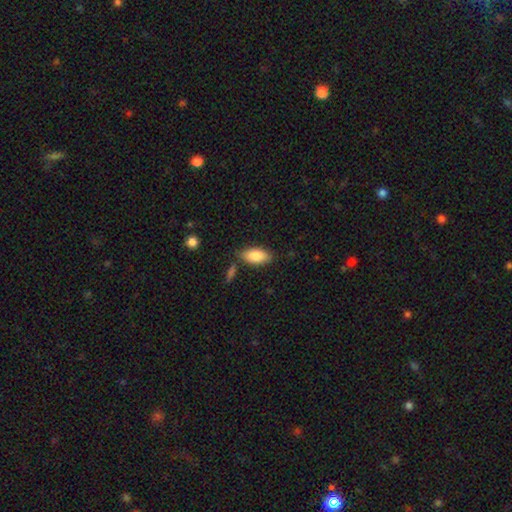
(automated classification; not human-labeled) smooth_or_featured: smooth (p=0.85) [alt: featured or disk p=0.09]
how_rounded: in between (p=0.90) [alt: cigar-shaped p=0.08]
merging: none (p=0.79) [alt: minor disturbance p=0.13]